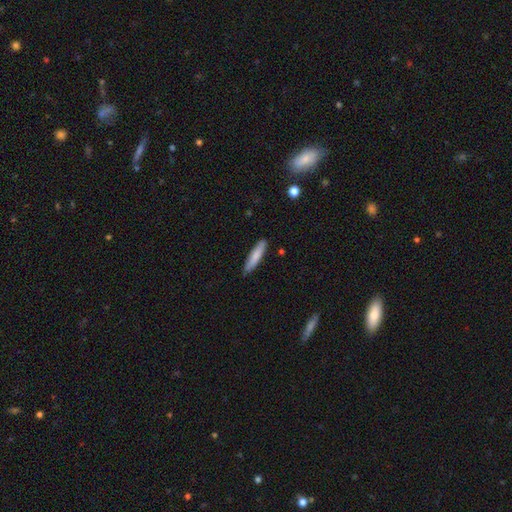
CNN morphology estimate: The model was most divided on "smooth or featured": smooth: 80%, featured or disk: 14%, star or artifact: 5%. More confident: how rounded — cigar-shaped (86%); merging — none (85%).